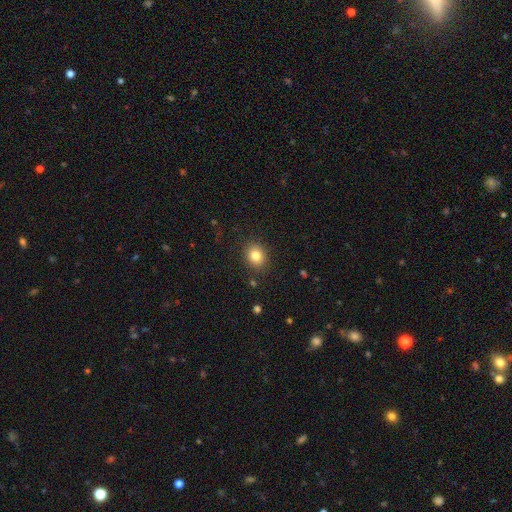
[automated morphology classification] Smooth or featured? Predicted: smooth (p=0.82). How rounded? Predicted: round (p=0.65). Merging? Predicted: none (p=0.88).